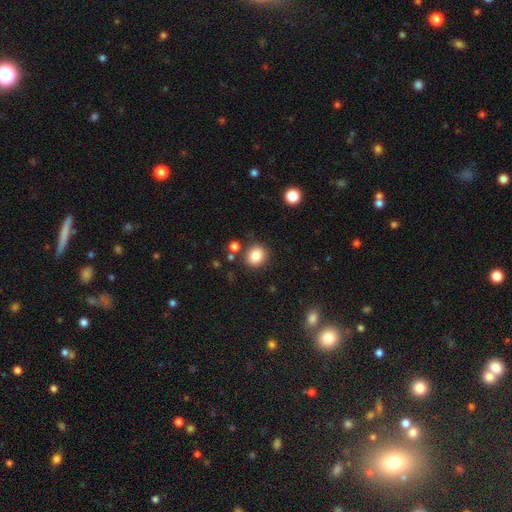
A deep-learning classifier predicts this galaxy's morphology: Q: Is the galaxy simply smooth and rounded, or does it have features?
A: smooth — 85%.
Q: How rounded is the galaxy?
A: round — 78%.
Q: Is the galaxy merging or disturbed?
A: none — 84%.